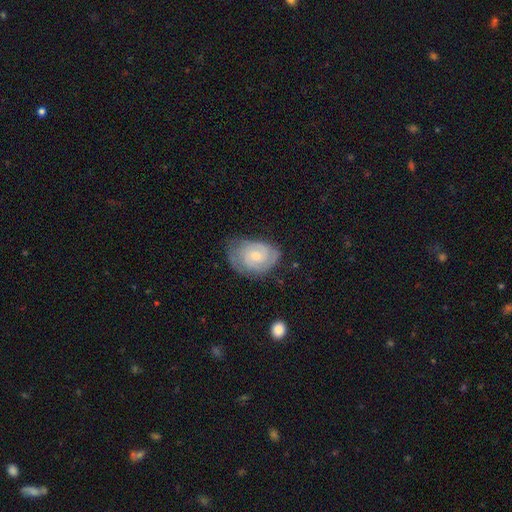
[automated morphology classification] This appears to be a featured or disk galaxy (74%) with no bar (67%), 2 (52%) tight (65%) spiral arms (93%) and a small central bulge (51%). Merging: none (65%).